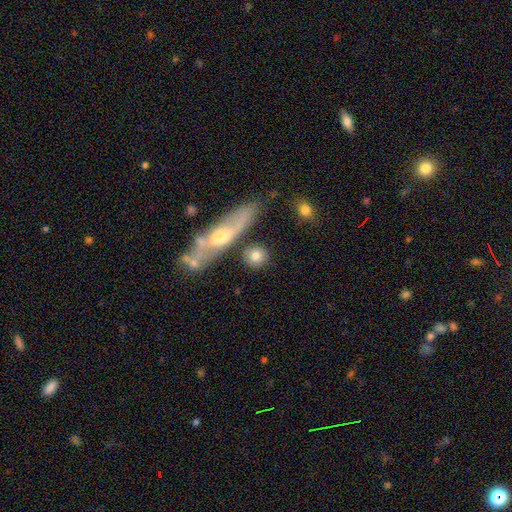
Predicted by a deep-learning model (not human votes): This appears to be a smooth galaxy with no disk features (77%) that is round (78%). Merging: none (77%).